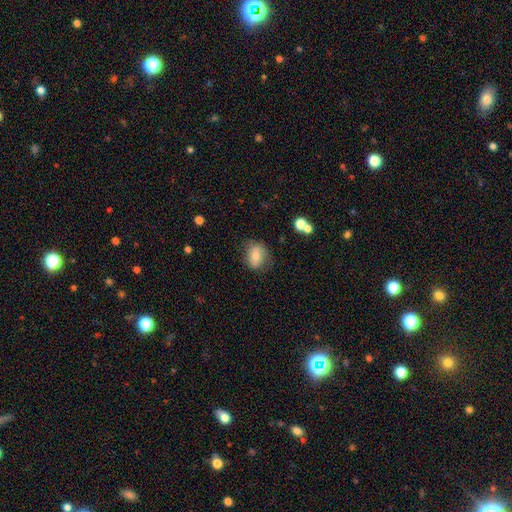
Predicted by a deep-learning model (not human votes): A smooth galaxy with no disk features (70%) that is in between round and cigar-shaped (59%).

Vote fractions:
- Smooth or featured? smooth: 70% / featured or disk: 21% / star or artifact: 9%
- How rounded? in between: 59% / round: 39% / cigar-shaped: 2%
- Merging? none: 69% / minor disturbance: 21% / major disturbance: 7% / merger: 2%